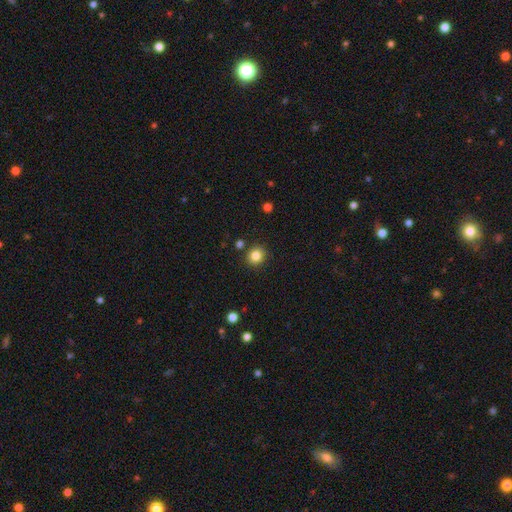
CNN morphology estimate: smooth 84%, star or artifact 11%, featured or disk 5%. Down the decision tree: how rounded — round (83%); merging — none (86%).